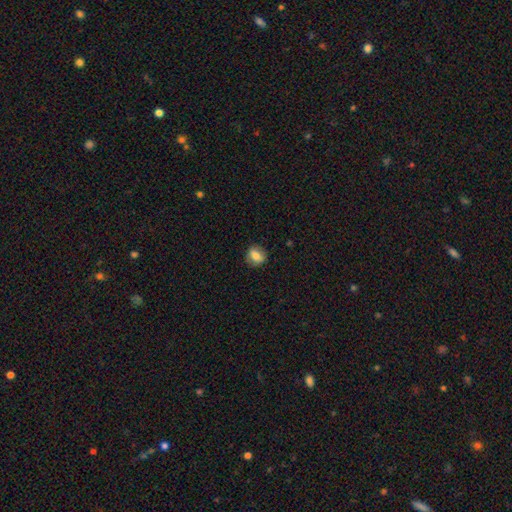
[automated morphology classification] Smooth or featured? Predicted: smooth (p=0.78). How rounded? Predicted: round (p=0.55). Merging? Predicted: none (p=0.83).